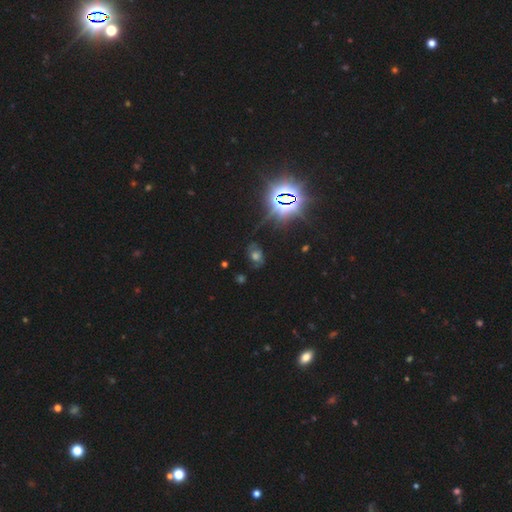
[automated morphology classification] smooth-or-featured: star or artifact: 52% | smooth: 28% | featured or disk: 20%